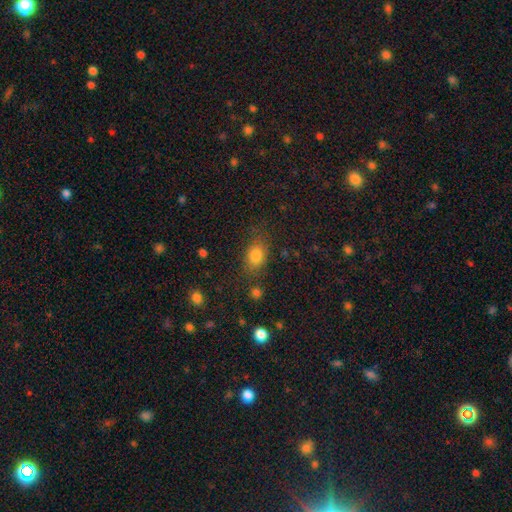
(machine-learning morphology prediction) smooth_or_featured: smooth (p=0.80) [alt: star or artifact p=0.12]
how_rounded: in between (p=0.74) [alt: round p=0.24]
merging: none (p=0.74) [alt: minor disturbance p=0.16]